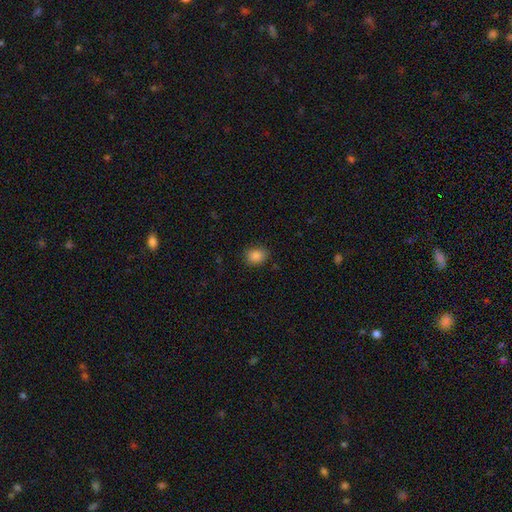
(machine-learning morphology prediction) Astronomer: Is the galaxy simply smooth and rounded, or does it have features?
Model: smooth — 86%.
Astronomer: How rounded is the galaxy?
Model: in between — 59% (runner-up: round, 40%).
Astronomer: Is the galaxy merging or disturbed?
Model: none — 83%.